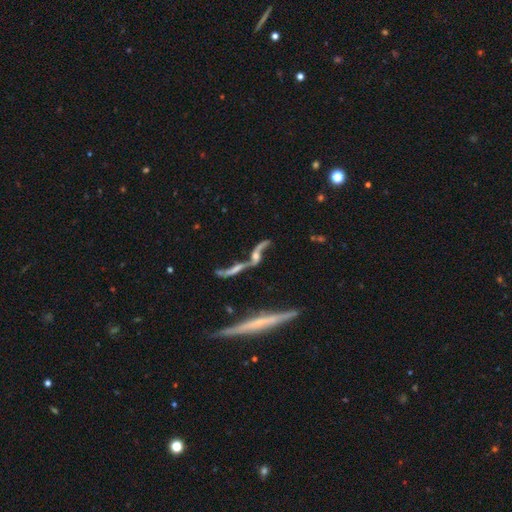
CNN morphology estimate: Q: Smooth or featured?
A: featured or disk (66%); runner-up: smooth (23%)
Q: Edge-on disk?
A: yes (91%); runner-up: no (9%)
Q: Edge-on bulge?
A: rounded (46%); runner-up: none (45%)
Q: Merging?
A: none (76%); runner-up: minor disturbance (12%)